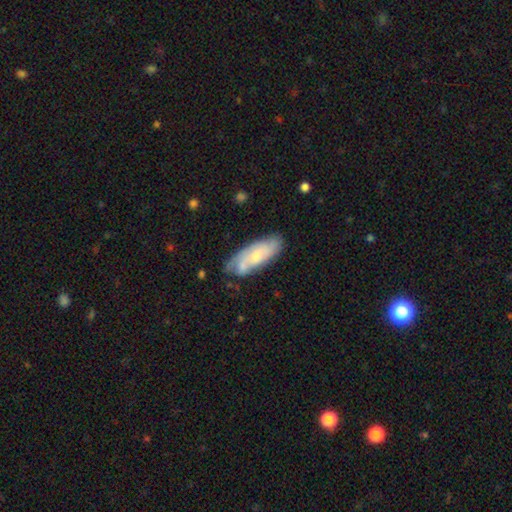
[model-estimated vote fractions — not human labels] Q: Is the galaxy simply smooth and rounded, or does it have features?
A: featured or disk — 51%.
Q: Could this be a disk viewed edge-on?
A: no — 84%.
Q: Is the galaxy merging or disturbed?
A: none — 61%.